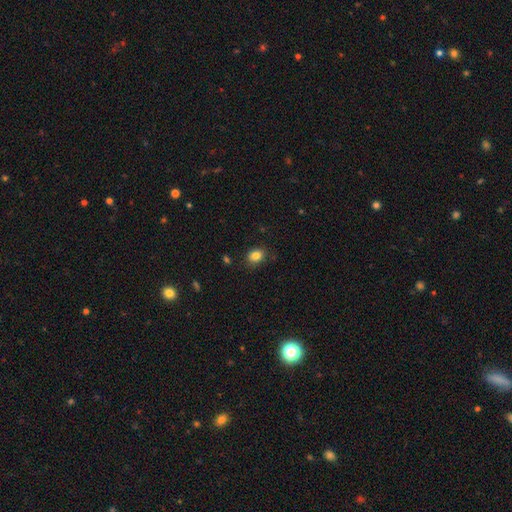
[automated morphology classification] Q: Smooth or featured?
A: smooth (84%); runner-up: star or artifact (10%)
Q: How rounded?
A: in between (62%); runner-up: round (37%)
Q: Merging?
A: none (83%); runner-up: minor disturbance (13%)